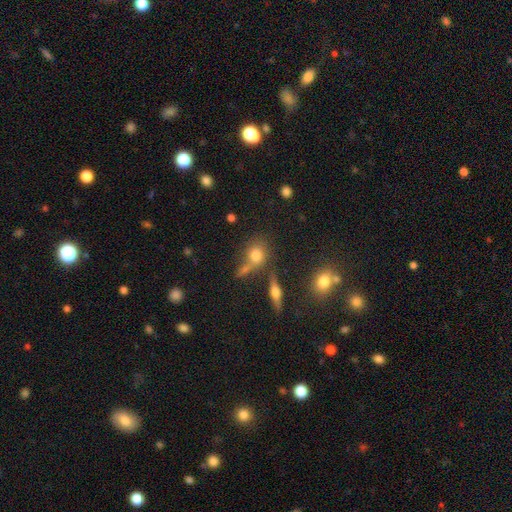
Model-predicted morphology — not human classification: smooth_or_featured: smooth (p=0.71) [alt: featured or disk p=0.15]
how_rounded: round (p=0.62) [alt: in between p=0.33]
merging: none (p=0.56) [alt: merger p=0.23]